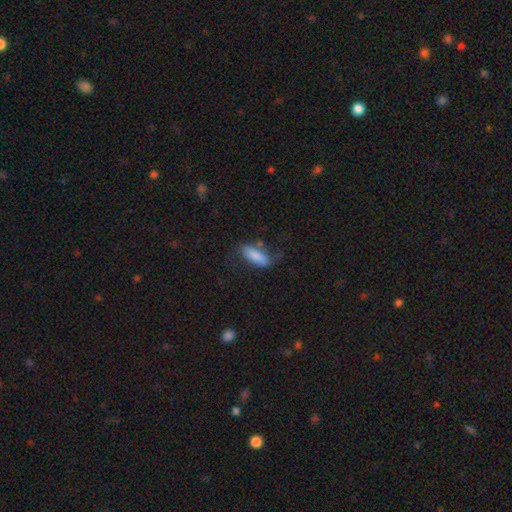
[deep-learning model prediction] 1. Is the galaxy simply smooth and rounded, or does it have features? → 75% smooth, 17% featured or disk, 7% star or artifact.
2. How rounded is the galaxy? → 66% in between, 32% cigar-shaped, 3% round.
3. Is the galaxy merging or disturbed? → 51% none, 26% minor disturbance, 18% major disturbance, 5% merger.